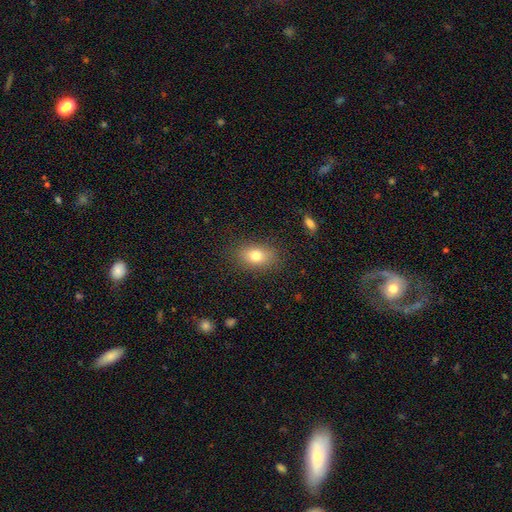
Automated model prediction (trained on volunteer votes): Smooth or featured? smooth (78%)
How rounded? in between (80%)
Merging? none (84%)